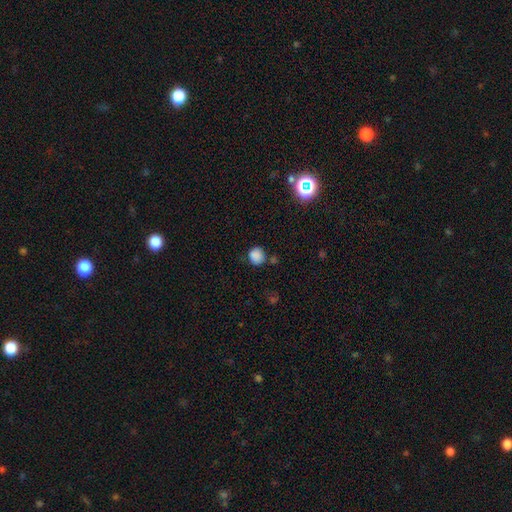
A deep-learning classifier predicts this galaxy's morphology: The model was most divided on "merging": none: 70%, minor disturbance: 18%, merger: 7%, major disturbance: 5%. More confident: how rounded — round (86%); smooth or featured — smooth (84%).